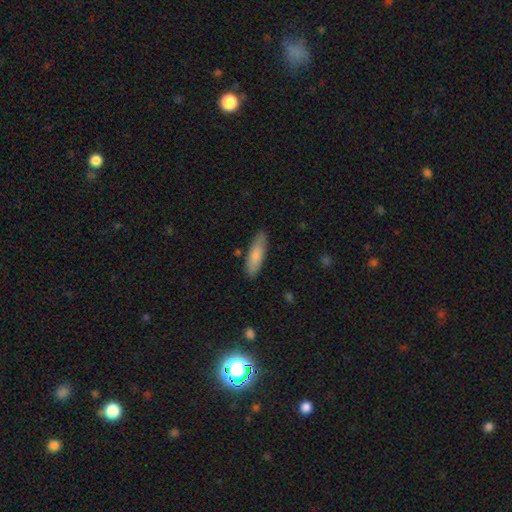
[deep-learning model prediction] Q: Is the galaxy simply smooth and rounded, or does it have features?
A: smooth — 81%.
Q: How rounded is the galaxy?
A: cigar-shaped — 52%.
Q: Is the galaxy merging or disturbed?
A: none — 83%.